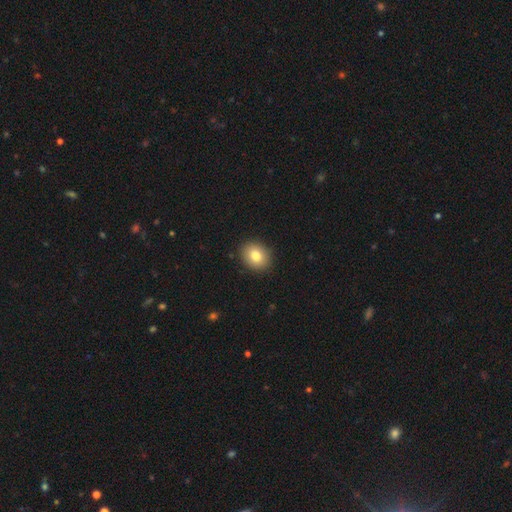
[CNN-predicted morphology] Smooth or featured? smooth (81%)
How rounded? round (53%)
Merging? none (90%)